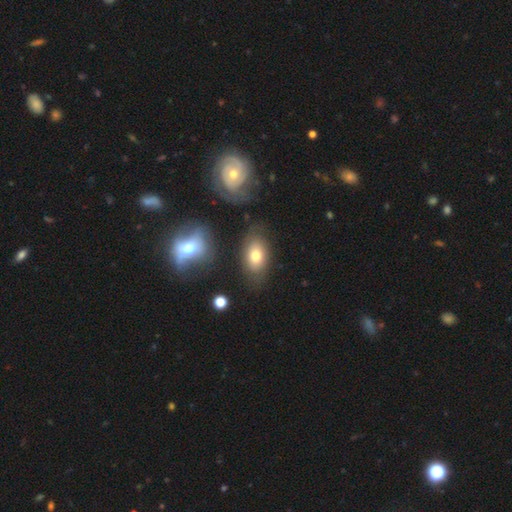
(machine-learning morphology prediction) Smooth or featured? smooth (74%)
How rounded? in between (88%)
Merging? none (74%)